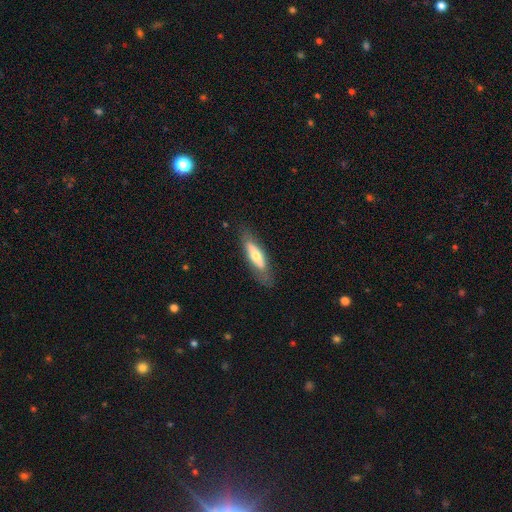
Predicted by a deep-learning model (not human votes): A smooth galaxy with no disk features (53%) that is cigar-shaped (57%). Merging: none (77%).